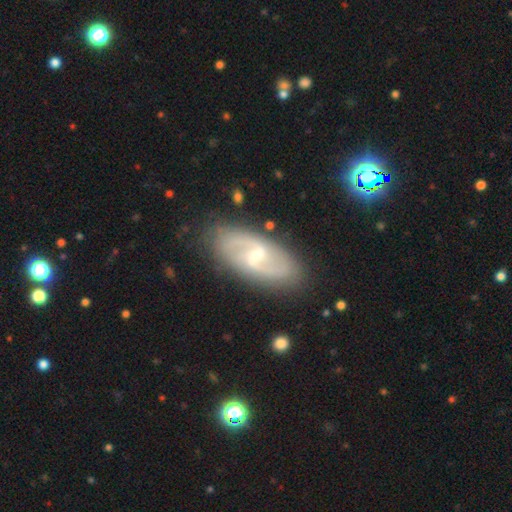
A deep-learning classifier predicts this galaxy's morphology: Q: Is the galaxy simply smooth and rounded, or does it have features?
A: featured or disk — 79%.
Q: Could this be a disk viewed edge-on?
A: no — 94%.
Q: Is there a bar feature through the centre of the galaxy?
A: weak — 56%.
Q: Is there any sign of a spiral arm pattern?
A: yes — 90%.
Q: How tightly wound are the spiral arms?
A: medium — 44%.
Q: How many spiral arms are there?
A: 2 — 85%.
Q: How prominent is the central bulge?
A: small — 47%.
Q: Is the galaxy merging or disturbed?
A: none — 82%.